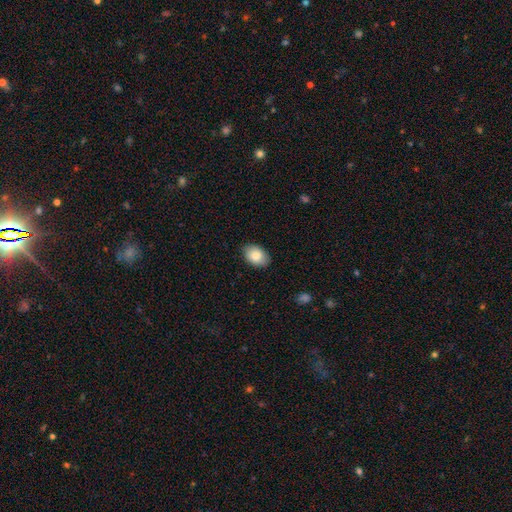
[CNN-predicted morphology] smooth_or_featured: smooth (p=0.84) [alt: featured or disk p=0.09]
how_rounded: in between (p=0.85) [alt: round p=0.14]
merging: none (p=0.87) [alt: minor disturbance p=0.10]